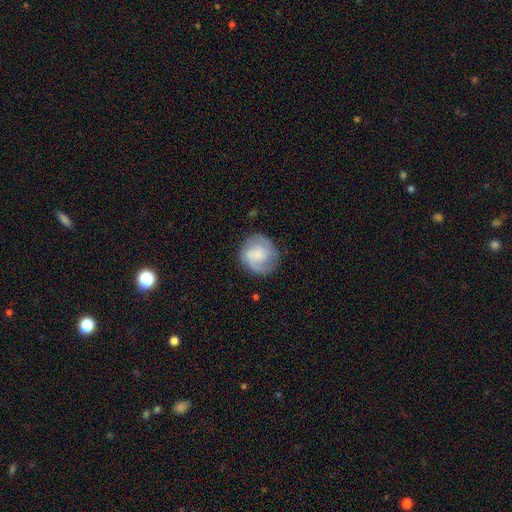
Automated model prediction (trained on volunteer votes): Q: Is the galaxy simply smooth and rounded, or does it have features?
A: featured or disk — 54%.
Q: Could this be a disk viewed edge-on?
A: no — 98%.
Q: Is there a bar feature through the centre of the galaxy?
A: no — 59%.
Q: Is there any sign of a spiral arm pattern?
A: yes — 91%.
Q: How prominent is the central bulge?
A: small — 36%.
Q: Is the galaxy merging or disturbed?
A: none — 78%.